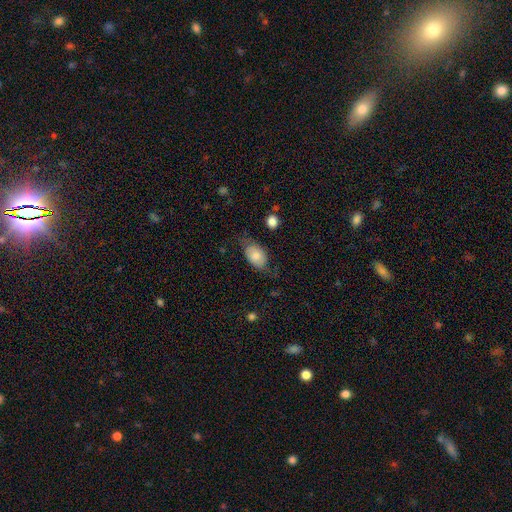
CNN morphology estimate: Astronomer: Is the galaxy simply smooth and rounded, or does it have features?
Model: smooth — 72%.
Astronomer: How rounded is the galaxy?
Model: in between — 89%.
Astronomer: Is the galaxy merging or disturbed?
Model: none — 58%.